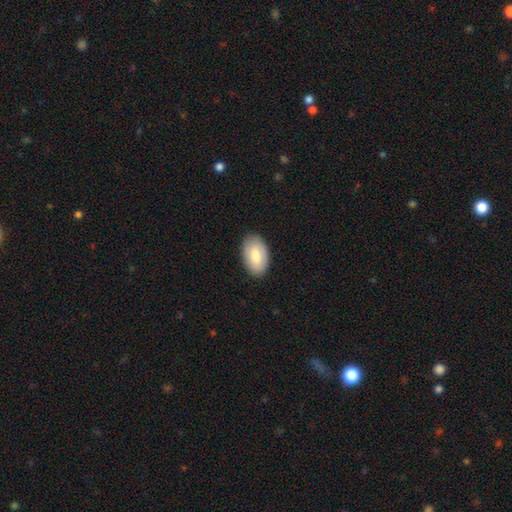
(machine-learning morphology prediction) Smooth or featured: smooth — 78% (featured or disk — 17%)
How rounded: in between — 93% (round — 5%)
Merging: none — 87% (minor disturbance — 10%)